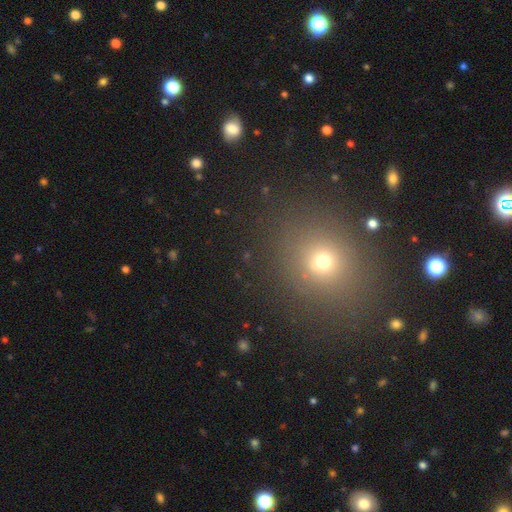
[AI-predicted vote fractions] Morphology: type=smooth (57%); roundness=round (77%); merging=none (89%).